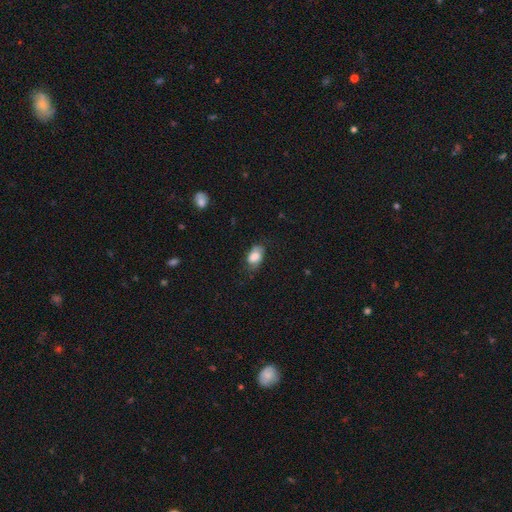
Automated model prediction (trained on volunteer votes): This is likely a smooth galaxy (69%). How rounded: clearly in between (88%). Merging: likely none (61%).